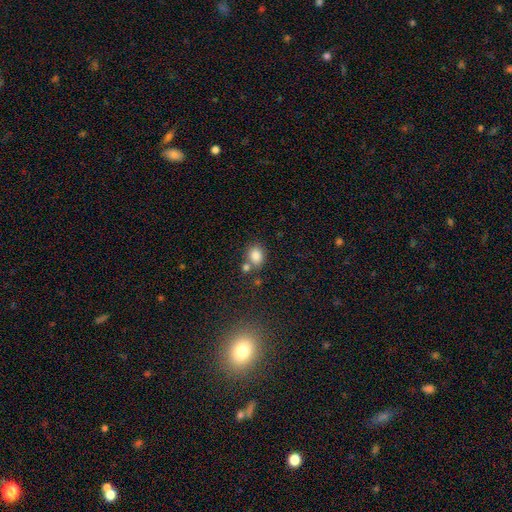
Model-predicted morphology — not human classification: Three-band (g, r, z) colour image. It shows a smooth galaxy with no disk features (83%) that is in between round and cigar-shaped (54%). Merging: none (62%).